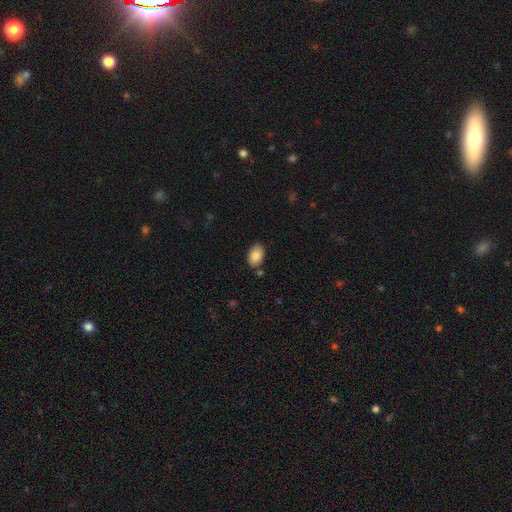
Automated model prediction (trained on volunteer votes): Smooth or featured? smooth (87%)
How rounded? in between (91%)
Merging? none (79%)